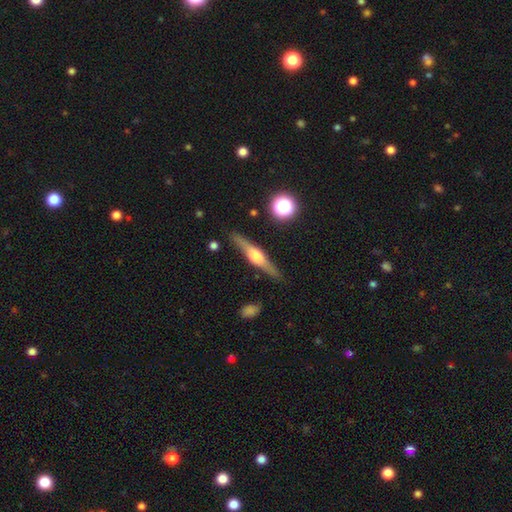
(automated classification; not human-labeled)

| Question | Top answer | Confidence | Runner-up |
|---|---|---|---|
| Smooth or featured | featured or disk | 74% | smooth (20%) |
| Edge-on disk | yes | 97% | no (3%) |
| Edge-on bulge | rounded | 86% | boxy (11%) |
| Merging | none | 87% | minor disturbance (9%) |